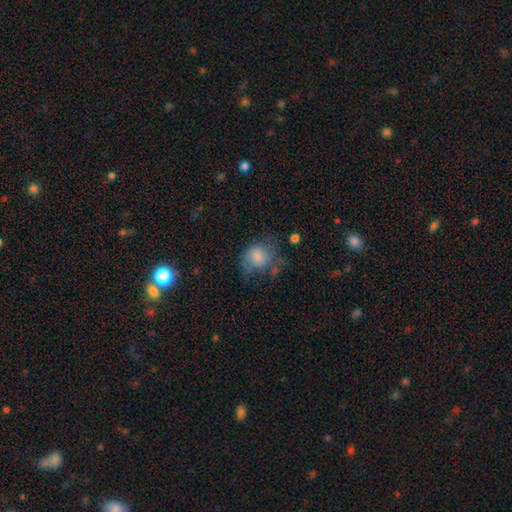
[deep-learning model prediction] The model was most divided on "merging": none: 45%, minor disturbance: 27%, major disturbance: 24%, merger: 3%. More confident: how rounded — round (66%); smooth or featured — smooth (63%).